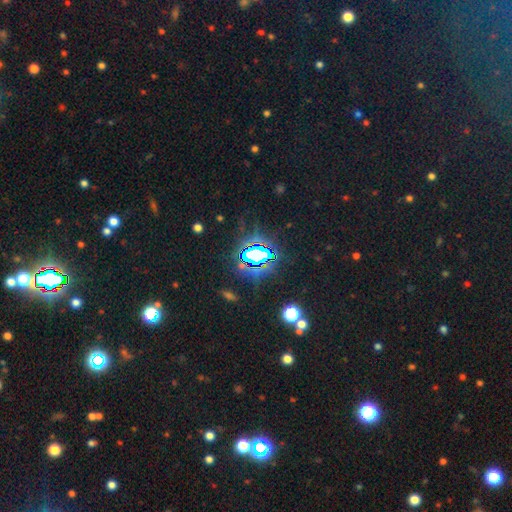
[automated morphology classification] The model was most divided on "smooth or featured": star or artifact: 75%, smooth: 14%, featured or disk: 11%.